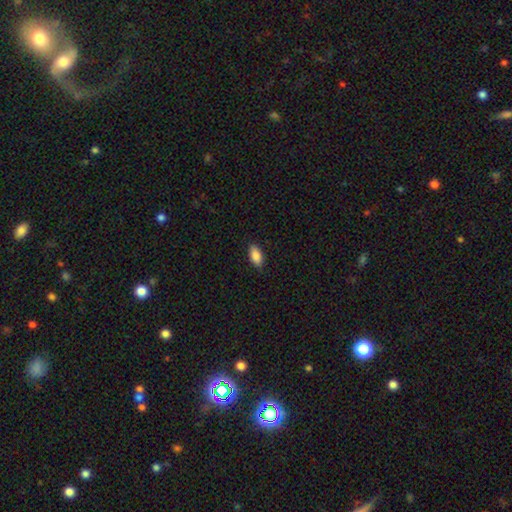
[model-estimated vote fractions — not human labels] smooth 88%, star or artifact 7%, featured or disk 5%. Down the decision tree: how rounded — in between (92%); merging — none (88%).